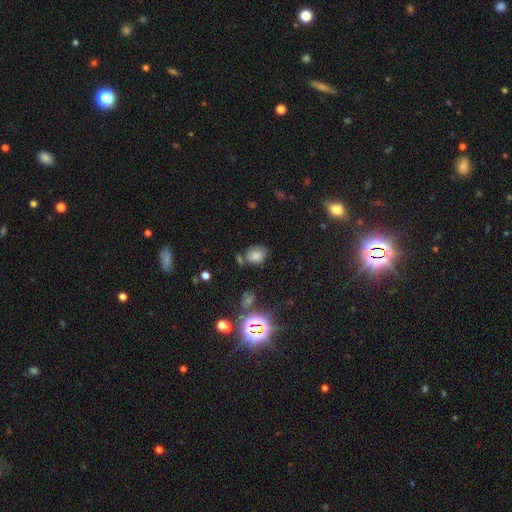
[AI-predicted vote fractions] Smooth or featured?
  - smooth: 69% *
  - star or artifact: 18%
  - featured or disk: 13%
How rounded?
  - round: 50% *
  - in between: 49%
  - cigar-shaped: 1%
Merging?
  - none: 61% *
  - minor disturbance: 23%
  - merger: 10%
  - major disturbance: 7%